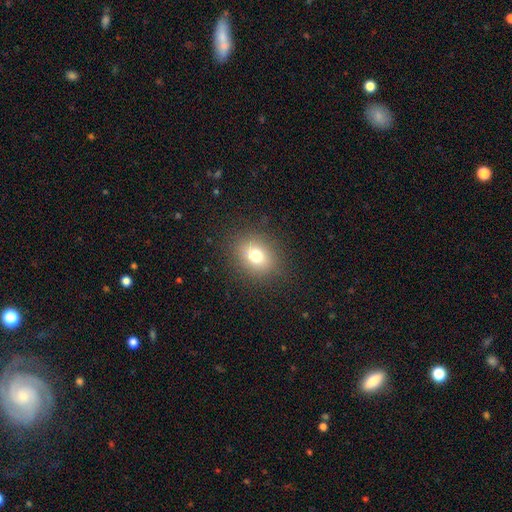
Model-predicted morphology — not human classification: smooth-or-featured: smooth: 75% | star or artifact: 14% | featured or disk: 11%
  how-rounded: round: 60% | in between: 39% | cigar-shaped: 1%
  merging: none: 86% | minor disturbance: 9% | major disturbance: 4% | merger: 1%